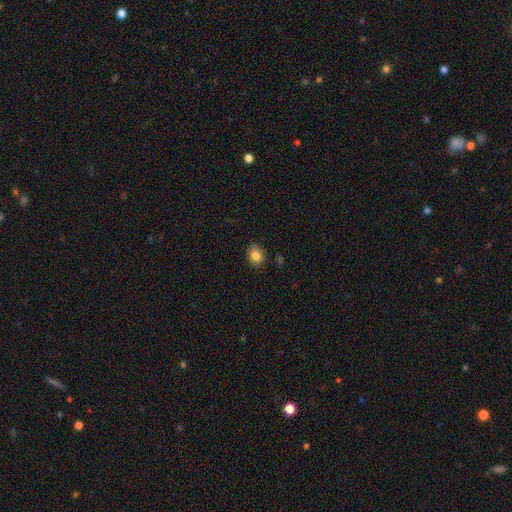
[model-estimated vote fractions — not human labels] The model was most divided on "how rounded": round: 54%, in between: 45%, cigar-shaped: 1%. More confident: smooth or featured — smooth (84%); merging — none (81%).